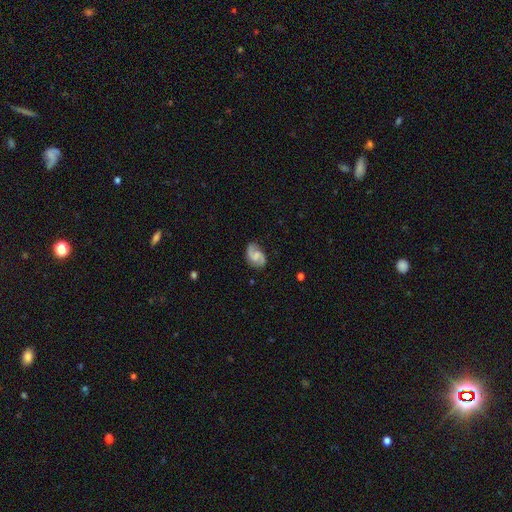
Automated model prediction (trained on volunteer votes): Smooth or featured? featured or disk (78%)
Edge-on disk? no (98%)
Bar? weak (50%)
Spiral arms? yes (96%)
Spiral winding? medium (49%)
Spiral arm count? 2 (91%)
Bulge size? none (37%)
Merging? none (78%)